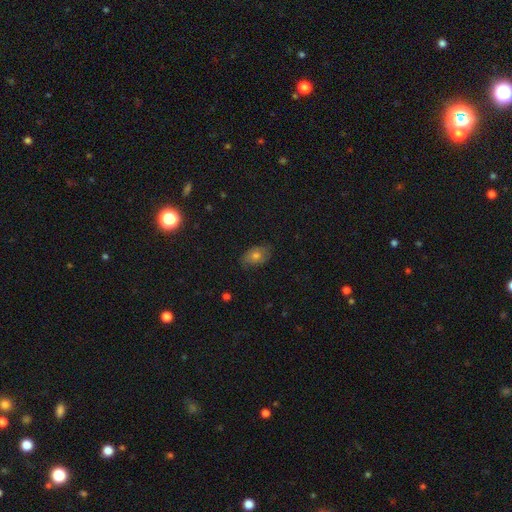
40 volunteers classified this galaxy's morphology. Overall: smooth (72%). How rounded: in between (66%; round 34%). Merging: none (77%).